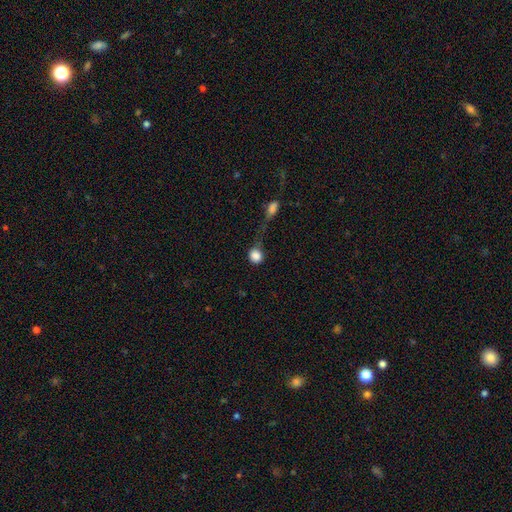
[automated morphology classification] This is clearly a smooth galaxy (86%). How rounded: clearly round (83%). Merging: possibly none (47%).